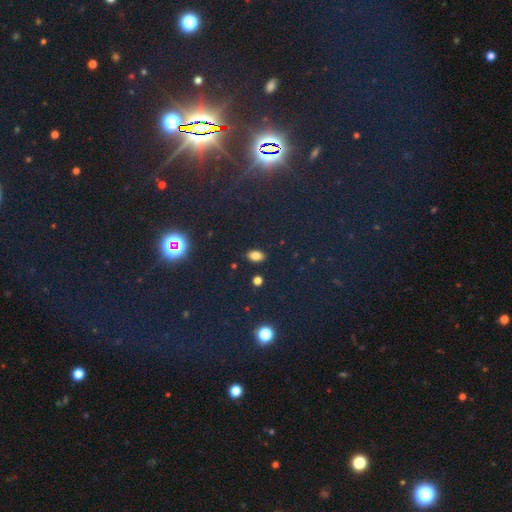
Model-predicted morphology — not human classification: A smooth galaxy with no disk features (79%) that is in between round and cigar-shaped (90%). Merging: none (88%).